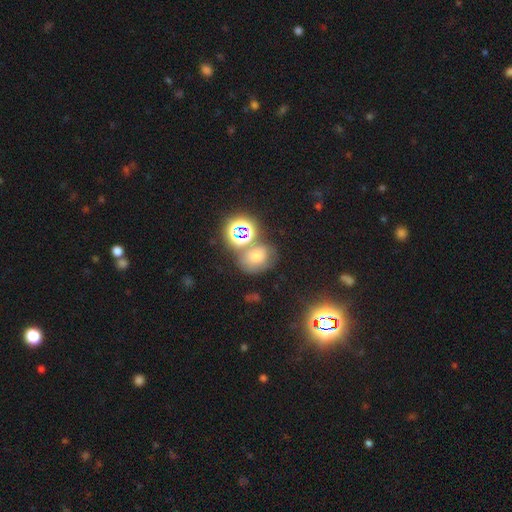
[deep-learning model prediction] Smooth or featured: smooth — 46% (star or artifact — 37%)
Merging: none — 56% (merger — 22%)